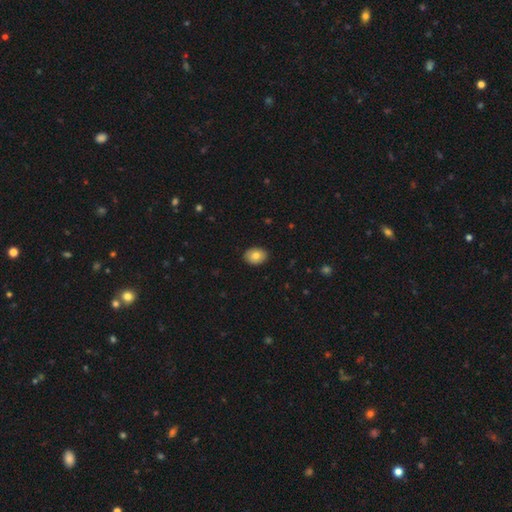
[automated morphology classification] Smooth or featured? smooth (78%)
How rounded? in between (66%)
Merging? none (90%)